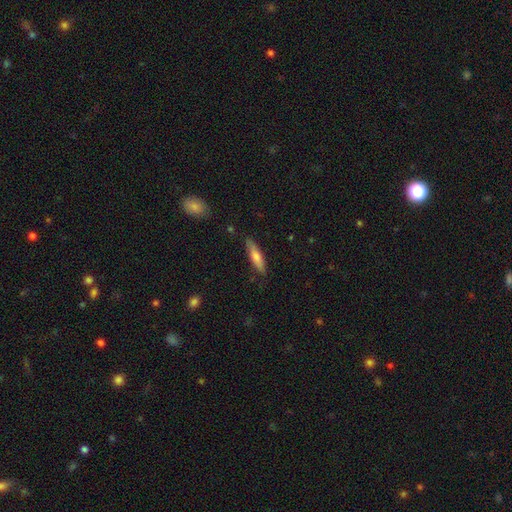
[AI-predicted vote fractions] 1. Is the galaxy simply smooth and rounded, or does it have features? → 64% smooth, 30% featured or disk, 6% star or artifact.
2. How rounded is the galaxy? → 76% cigar-shaped, 22% in between, 2% round.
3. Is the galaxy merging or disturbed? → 84% none, 12% minor disturbance, 2% major disturbance, 2% merger.